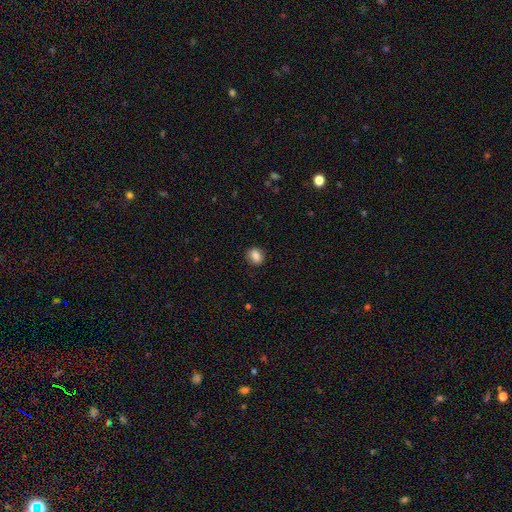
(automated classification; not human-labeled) Smooth or featured? Predicted: smooth (p=0.83). How rounded? Predicted: round (p=0.53). Merging? Predicted: none (p=0.87).